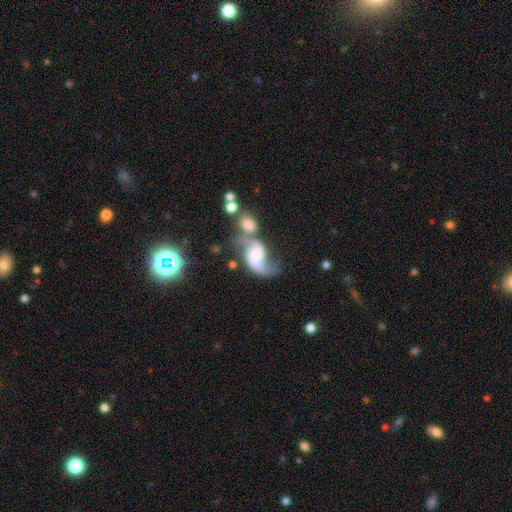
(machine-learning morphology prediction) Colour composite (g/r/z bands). It shows a featured or disk galaxy (75%) with no bar (55%), 2 (88%) loose (79%) spiral arms (92%) and no central bulge (30%). Merging: merger (39%).